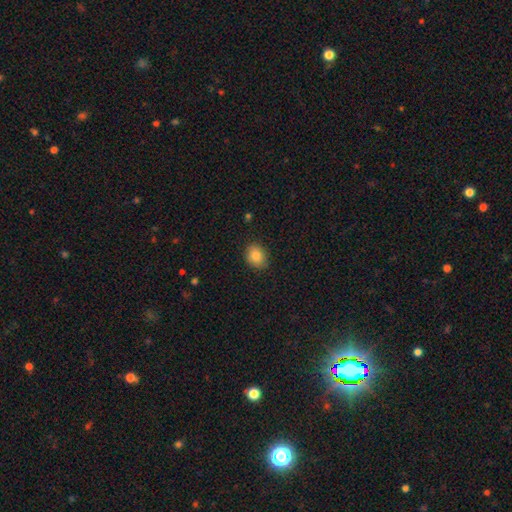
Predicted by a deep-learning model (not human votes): Q: Smooth or featured?
A: smooth (85%); runner-up: star or artifact (9%)
Q: How rounded?
A: round (52%); runner-up: in between (47%)
Q: Merging?
A: none (84%); runner-up: minor disturbance (12%)